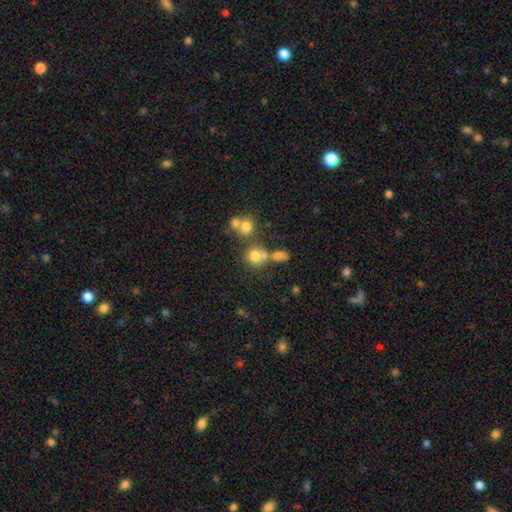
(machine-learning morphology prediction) A smooth galaxy with no disk features (72%) that is round (81%).

Vote fractions:
- Smooth or featured? smooth: 72% / star or artifact: 15% / featured or disk: 13%
- How rounded? round: 81% / in between: 18% / cigar-shaped: 1%
- Merging? none: 48% / merger: 34% / minor disturbance: 11% / major disturbance: 6%